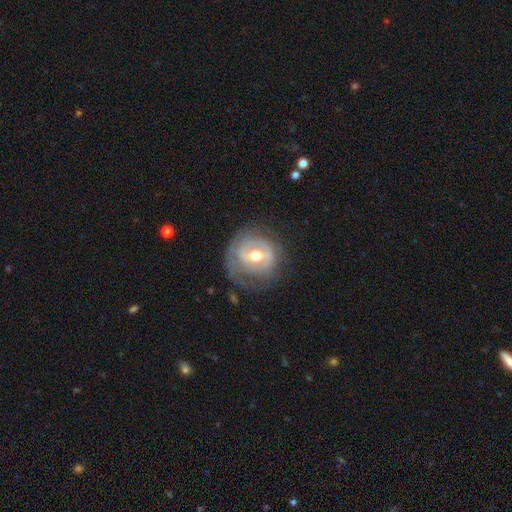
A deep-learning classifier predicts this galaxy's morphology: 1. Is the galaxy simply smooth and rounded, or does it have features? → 73% featured or disk, 21% smooth, 6% star or artifact.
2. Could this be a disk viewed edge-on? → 96% no, 4% yes.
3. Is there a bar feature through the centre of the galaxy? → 47% weak, 30% strong, 23% no.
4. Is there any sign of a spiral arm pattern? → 68% yes, 32% no.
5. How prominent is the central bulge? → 73% moderate, 20% small, 6% large, 1% none, 1% dominant.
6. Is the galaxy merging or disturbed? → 62% none, 22% minor disturbance, 15% major disturbance, 2% merger.